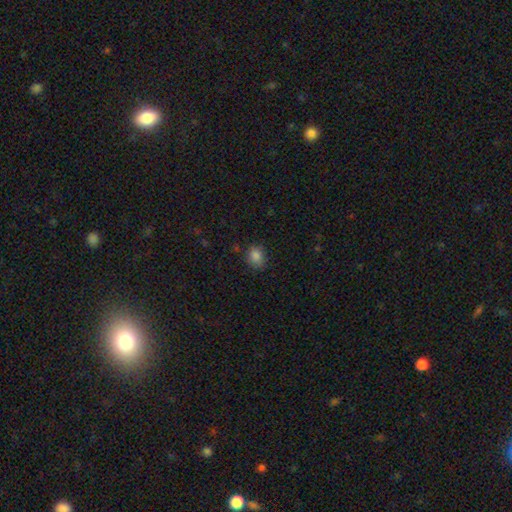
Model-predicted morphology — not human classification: type=smooth (84%); roundness=round (61%); merging=none (77%).